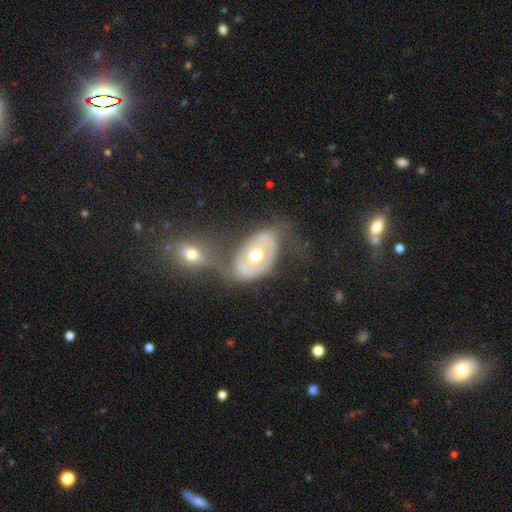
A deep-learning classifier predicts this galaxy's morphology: type=featured or disk (64%); edge-on=no (93%); bar=no (77%); spiral arms=no (62%); bulge=moderate (79%); merging=merger (40%).